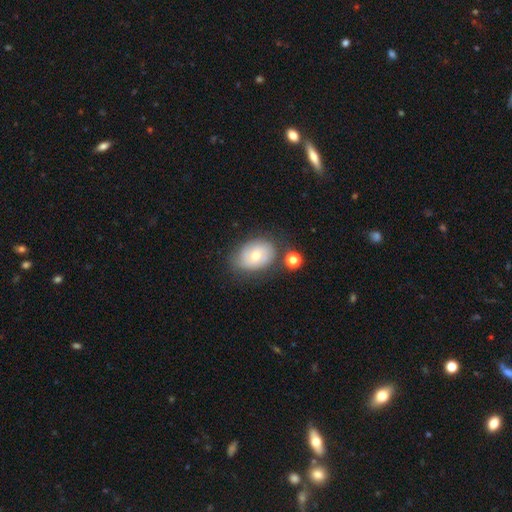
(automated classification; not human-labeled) smooth_or_featured: smooth (p=0.54) [alt: featured or disk p=0.37]
how_rounded: in between (p=0.68) [alt: round p=0.30]
merging: none (p=0.66) [alt: minor disturbance p=0.20]